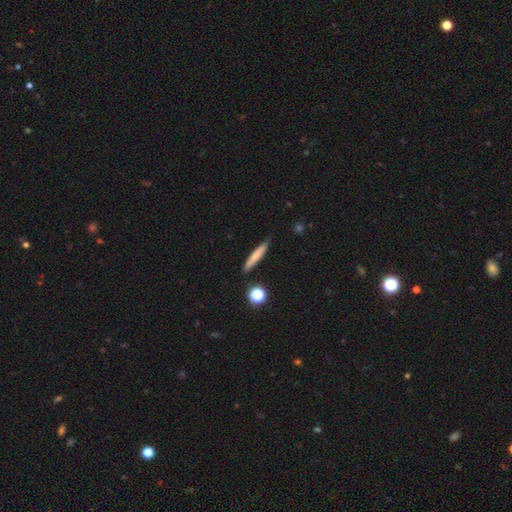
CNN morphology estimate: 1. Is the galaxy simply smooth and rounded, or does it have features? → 67% smooth, 25% featured or disk, 8% star or artifact.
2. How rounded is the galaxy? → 91% cigar-shaped, 7% in between, 2% round.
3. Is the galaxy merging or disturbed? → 84% none, 12% minor disturbance, 2% merger, 2% major disturbance.